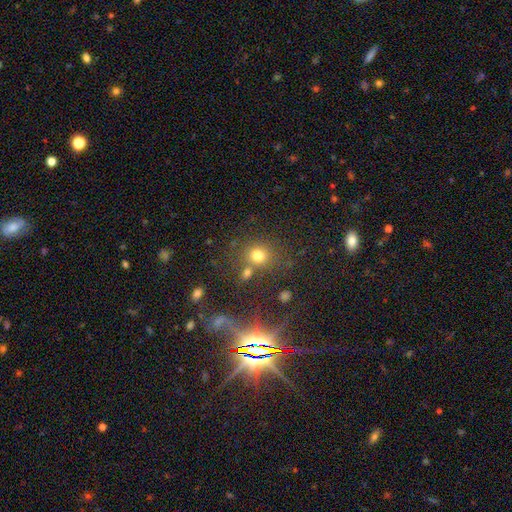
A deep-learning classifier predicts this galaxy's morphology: A star or artifact, not a galaxy (46%).

Vote fractions:
- Smooth or featured? star or artifact: 46% / smooth: 43% / featured or disk: 11%